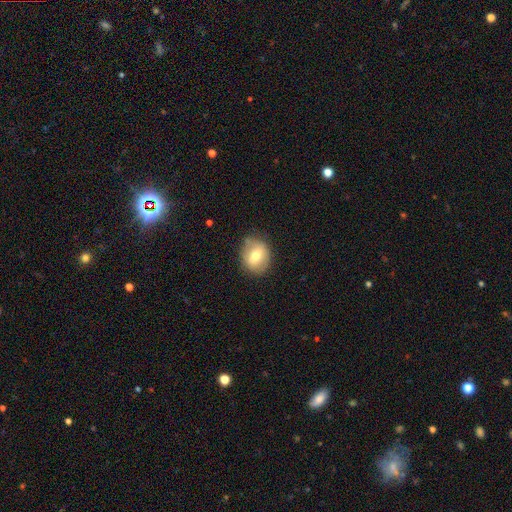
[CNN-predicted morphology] Smooth or featured? smooth (63%)
How rounded? round (64%)
Merging? none (79%)